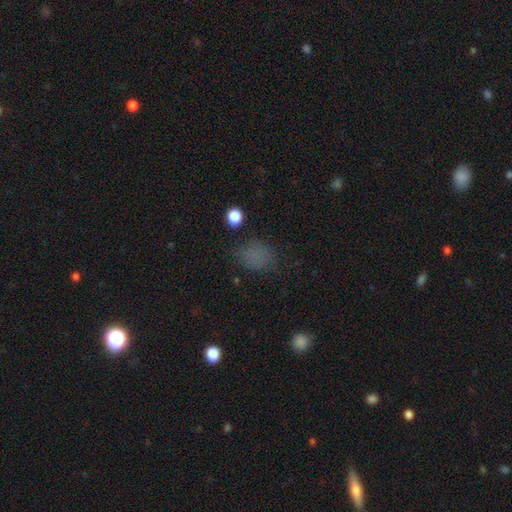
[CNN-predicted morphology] This is likely a smooth galaxy (73%). How rounded: possibly in between (59%). Merging: likely none (72%).